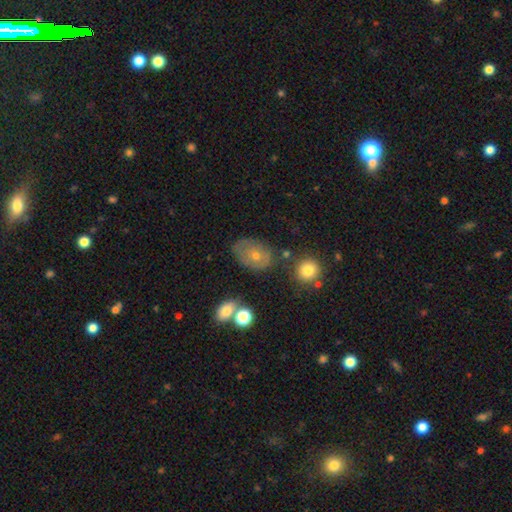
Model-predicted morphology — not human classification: smooth-or-featured: smooth: 49% | featured or disk: 38% | star or artifact: 13%
  merging: none: 60% | minor disturbance: 25% | major disturbance: 10% | merger: 6%